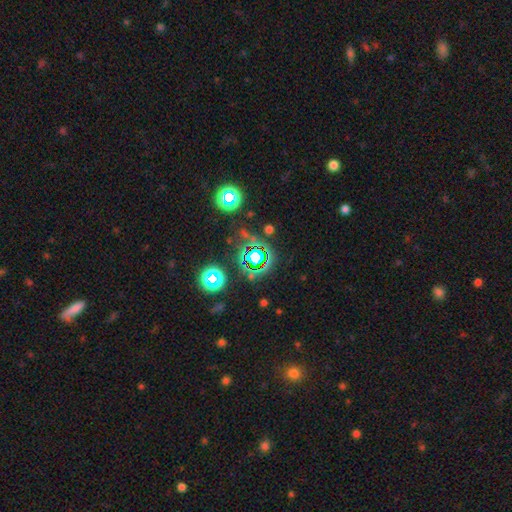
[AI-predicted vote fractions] Overall: star or artifact (73%).